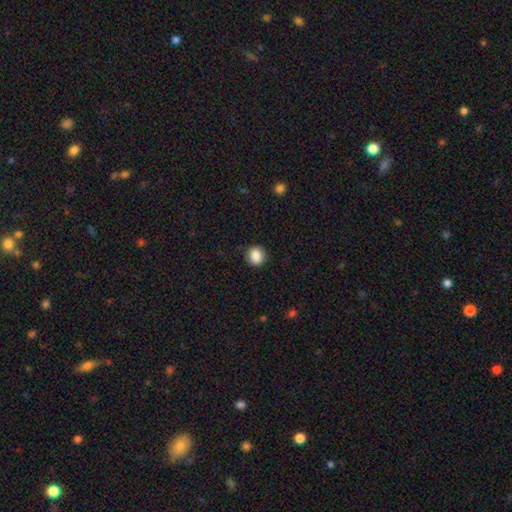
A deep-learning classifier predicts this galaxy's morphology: This appears to be a smooth galaxy with no disk features (87%) that is round (87%). Merging: none (91%).